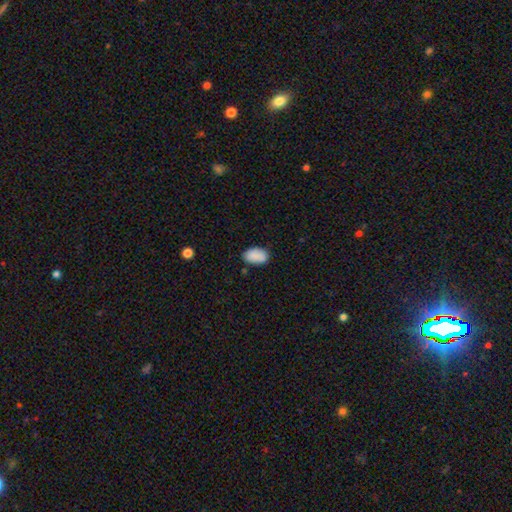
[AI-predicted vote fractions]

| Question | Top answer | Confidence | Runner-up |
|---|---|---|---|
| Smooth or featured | smooth | 88% | star or artifact (7%) |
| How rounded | in between | 92% | round (7%) |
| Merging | none | 77% | minor disturbance (17%) |